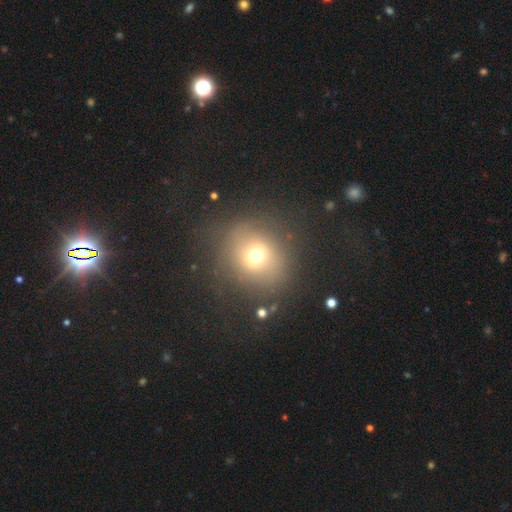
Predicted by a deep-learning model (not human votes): Morphology: type=smooth (67%); roundness=round (83%); merging=none (76%).